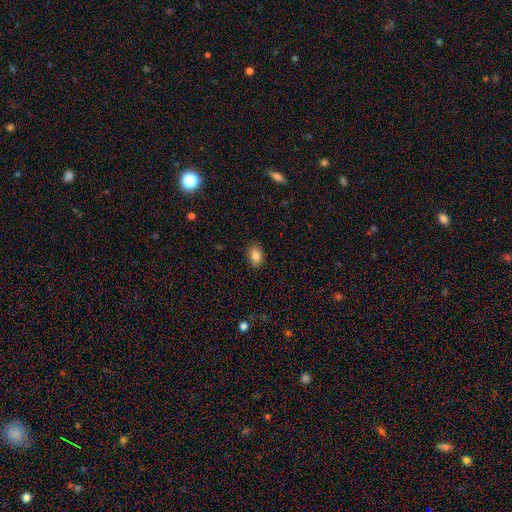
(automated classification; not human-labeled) This is clearly a smooth galaxy (83%). How rounded: likely in between (79%). Merging: clearly none (86%).